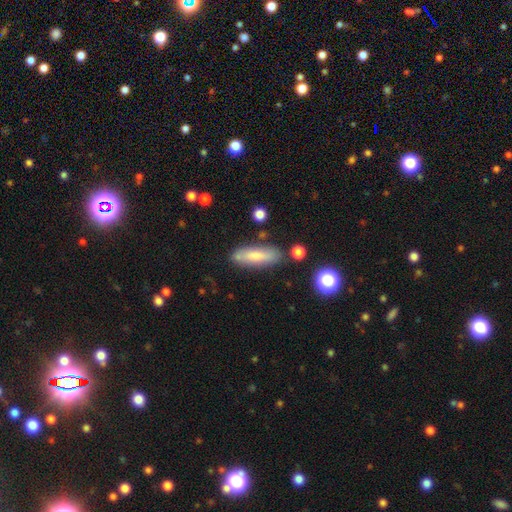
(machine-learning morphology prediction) smooth-or-featured: smooth: 72% | featured or disk: 20% | star or artifact: 8%
  how-rounded: cigar-shaped: 55% | in between: 43% | round: 2%
  merging: none: 78% | minor disturbance: 14% | merger: 5% | major disturbance: 3%